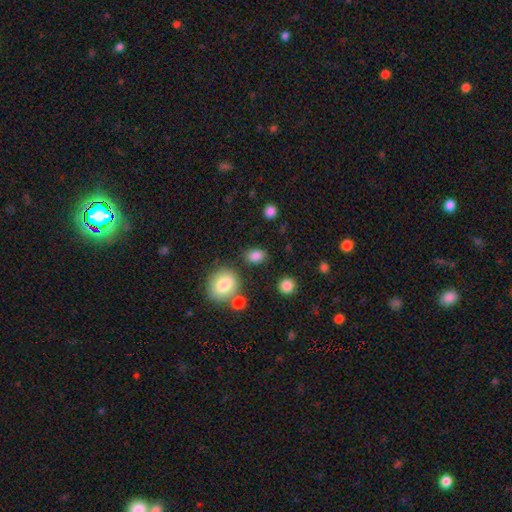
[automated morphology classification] Overall: smooth (83%). How rounded: in between (69%; round 29%). Merging: none (78%).